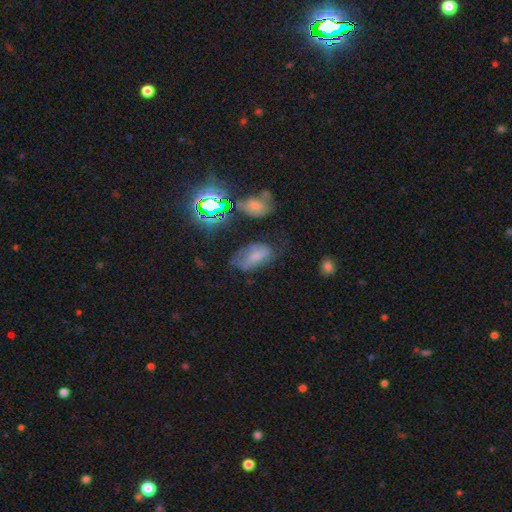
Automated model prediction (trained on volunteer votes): This is marginally a smooth galaxy (44%). Merging: possibly none (49%).